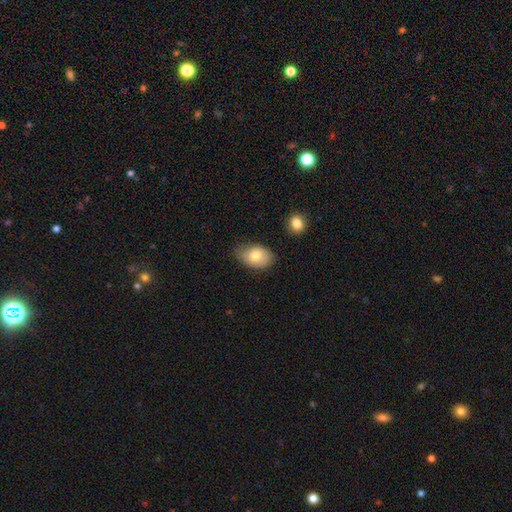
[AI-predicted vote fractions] smooth_or_featured: smooth (p=0.77) [alt: featured or disk p=0.15]
how_rounded: in between (p=0.87) [alt: round p=0.12]
merging: none (p=0.68) [alt: minor disturbance p=0.25]